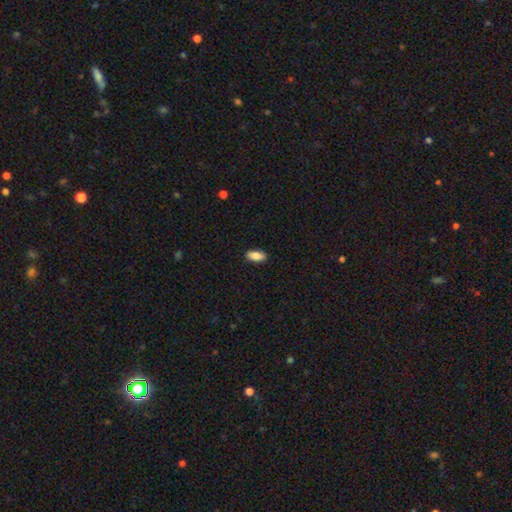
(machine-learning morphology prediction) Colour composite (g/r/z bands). It shows a smooth galaxy with no disk features (84%) that is in between round and cigar-shaped (87%). Merging: none (90%).